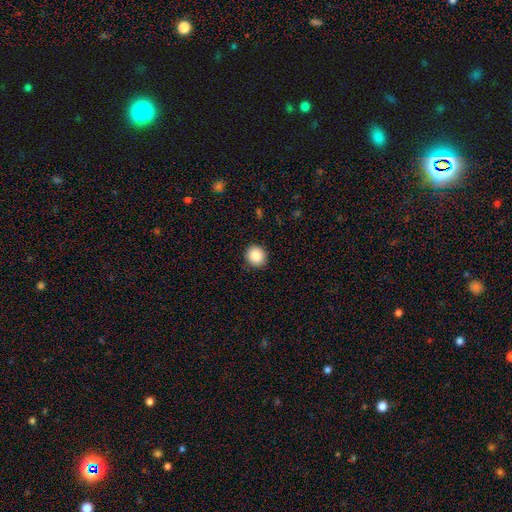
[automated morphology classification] type=smooth (88%); roundness=round (88%); merging=none (90%).